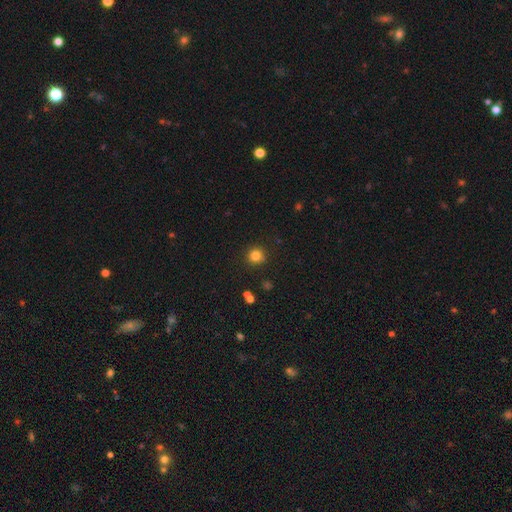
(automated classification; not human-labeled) smooth 81%, star or artifact 13%, featured or disk 5%. Down the decision tree: how rounded — round (93%); merging — none (88%).